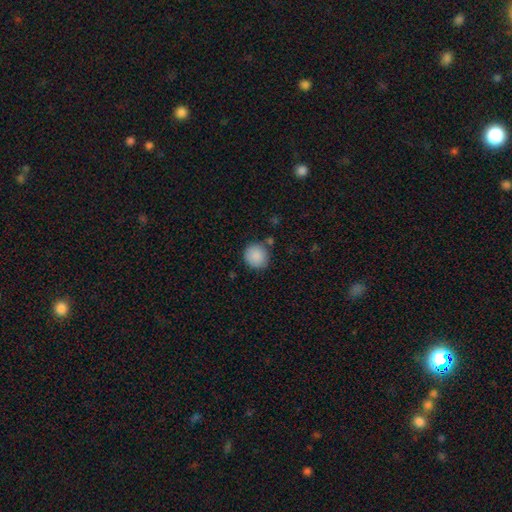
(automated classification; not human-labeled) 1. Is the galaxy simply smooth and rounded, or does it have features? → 89% smooth, 8% star or artifact, 4% featured or disk.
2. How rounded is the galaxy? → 89% round, 10% in between, 1% cigar-shaped.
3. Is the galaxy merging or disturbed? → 81% none, 11% minor disturbance, 5% merger, 3% major disturbance.